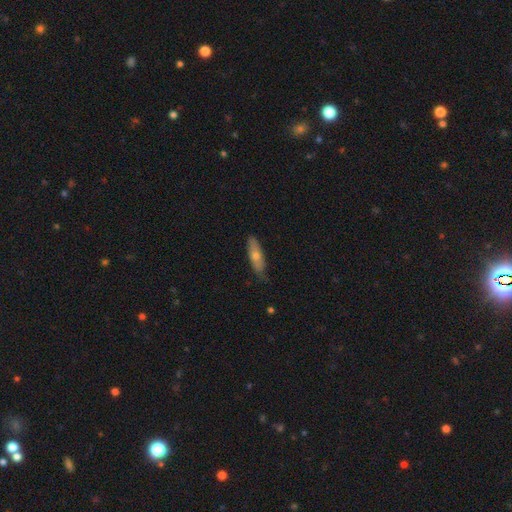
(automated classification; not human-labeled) Q: Smooth or featured?
A: smooth (56%); runner-up: featured or disk (37%)
Q: How rounded?
A: cigar-shaped (57%); runner-up: in between (41%)
Q: Merging?
A: none (79%); runner-up: minor disturbance (17%)